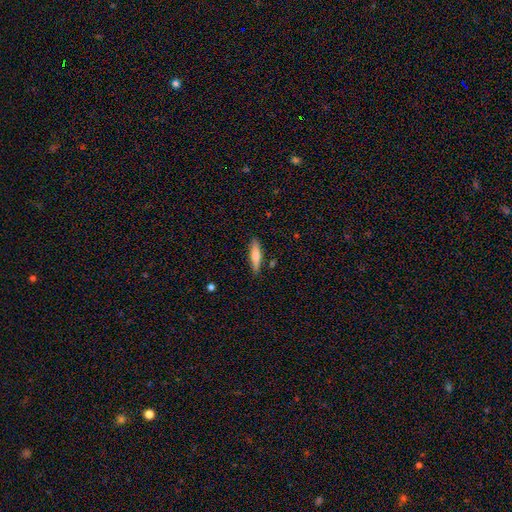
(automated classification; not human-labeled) smooth-or-featured: smooth: 63% | featured or disk: 31% | star or artifact: 6%
  how-rounded: cigar-shaped: 77% | in between: 21% | round: 2%
  merging: none: 87% | minor disturbance: 9% | merger: 2% | major disturbance: 2%